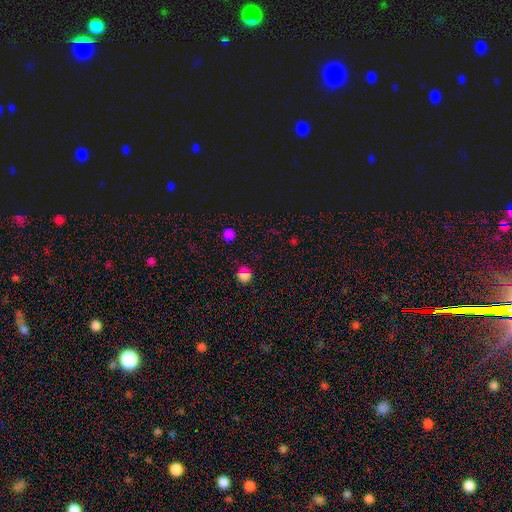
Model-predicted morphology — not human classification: This is possibly a smooth galaxy (51%). How rounded: clearly round (85%). Merging: clearly none (84%).